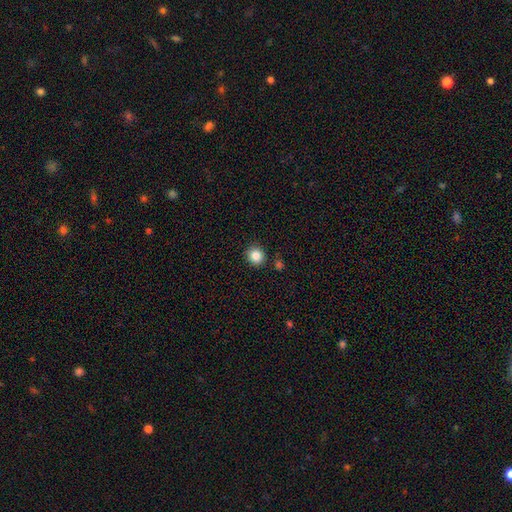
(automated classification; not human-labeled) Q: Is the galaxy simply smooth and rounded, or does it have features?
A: smooth — 85%.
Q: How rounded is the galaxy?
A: round — 88%.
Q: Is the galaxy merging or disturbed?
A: none — 87%.